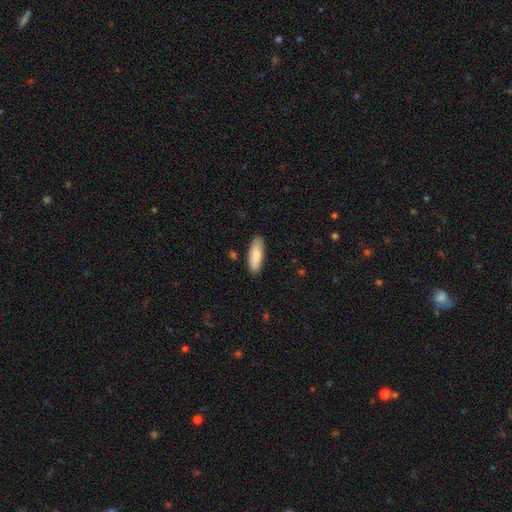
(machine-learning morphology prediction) smooth_or_featured: smooth (p=0.86) [alt: featured or disk p=0.08]
how_rounded: in between (p=0.66) [alt: cigar-shaped p=0.33]
merging: none (p=0.87) [alt: minor disturbance p=0.10]